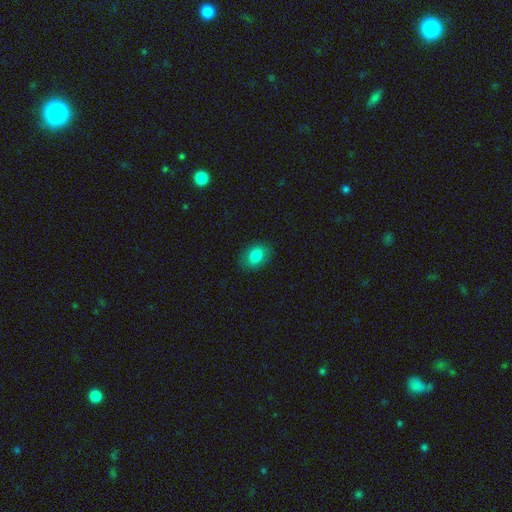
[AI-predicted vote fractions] This is clearly a smooth galaxy (83%). How rounded: likely in between (74%). Merging: clearly none (85%).